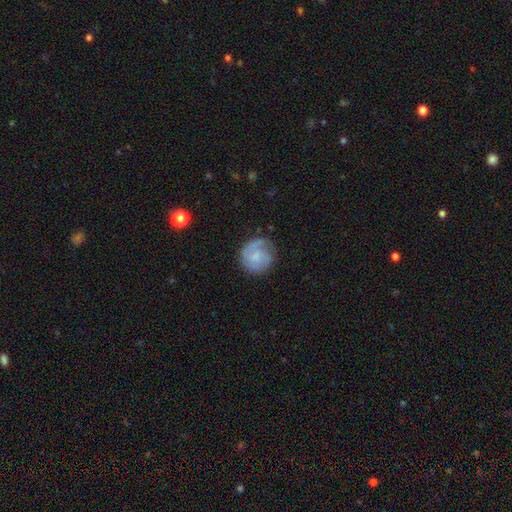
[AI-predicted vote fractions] Smooth or featured? featured or disk (47%)
Merging? none (68%)